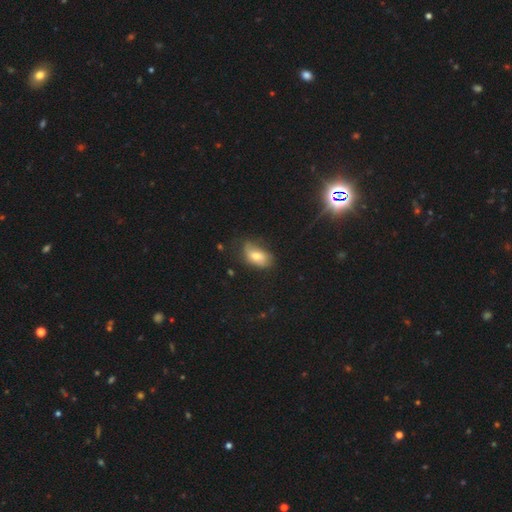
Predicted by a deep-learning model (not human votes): This is likely a smooth galaxy (68%). How rounded: clearly in between (90%). Merging: possibly none (53%).